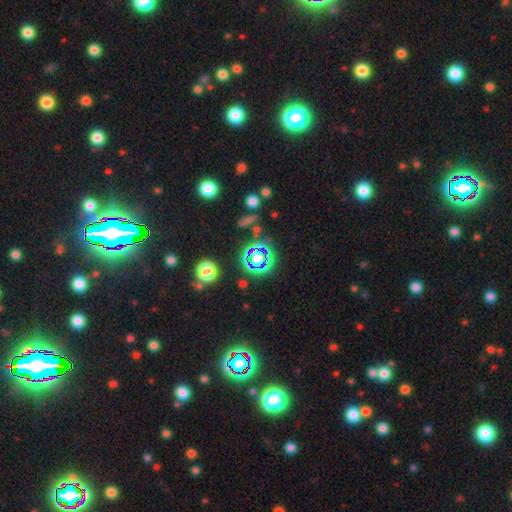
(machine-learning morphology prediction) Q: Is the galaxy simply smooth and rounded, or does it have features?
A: star or artifact — 75%.